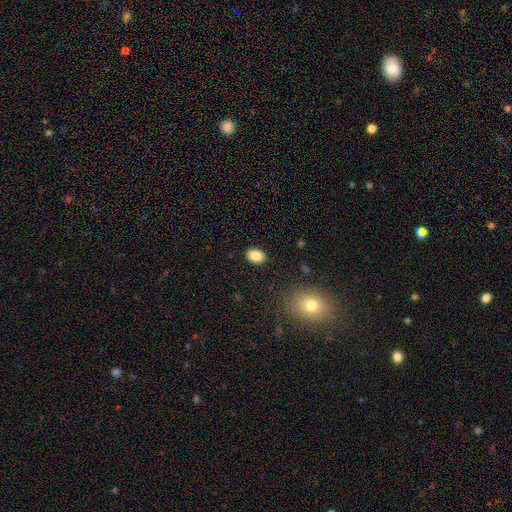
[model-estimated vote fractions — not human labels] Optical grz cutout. It shows a smooth galaxy with no disk features (85%) that is in between round and cigar-shaped (79%). Merging: none (88%).